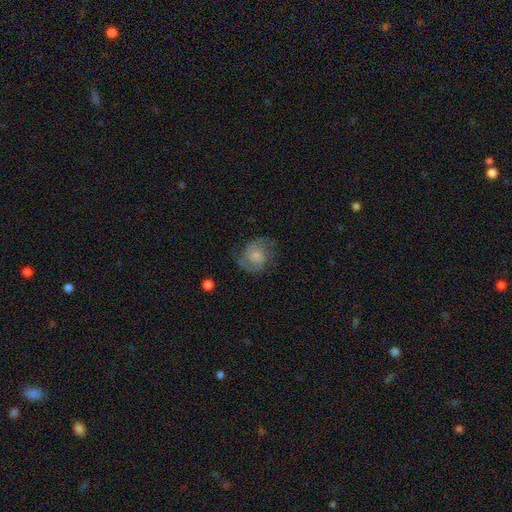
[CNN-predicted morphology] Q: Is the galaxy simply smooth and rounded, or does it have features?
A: featured or disk — 58%.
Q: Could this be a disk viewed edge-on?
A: no — 98%.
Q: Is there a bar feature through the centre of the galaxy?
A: no — 72%.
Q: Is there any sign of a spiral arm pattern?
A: yes — 86%.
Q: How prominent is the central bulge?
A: small — 36%.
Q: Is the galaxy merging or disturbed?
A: none — 59%.